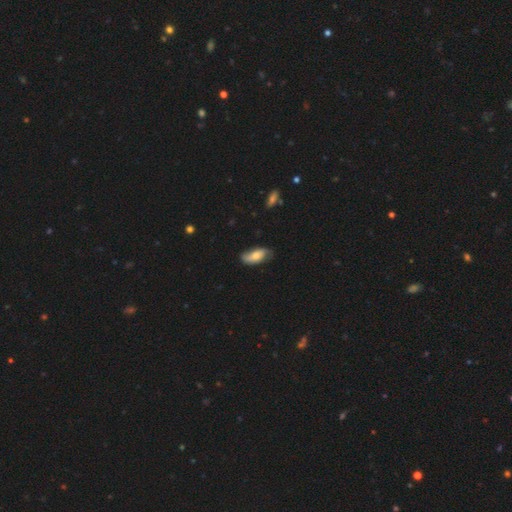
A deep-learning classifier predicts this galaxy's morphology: A smooth galaxy with no disk features (53%) that is in between round and cigar-shaped (87%). Merging: none (65%).